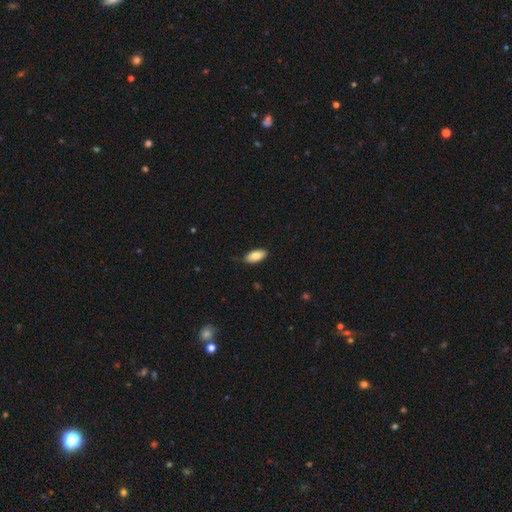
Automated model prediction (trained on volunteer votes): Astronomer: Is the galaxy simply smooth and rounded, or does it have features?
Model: smooth — 82%.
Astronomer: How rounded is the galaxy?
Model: in between — 91%.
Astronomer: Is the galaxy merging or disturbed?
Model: none — 81%.